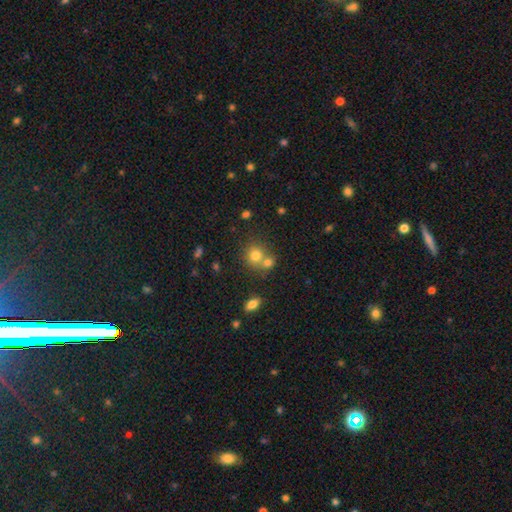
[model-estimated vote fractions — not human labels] smooth 76%, star or artifact 13%, featured or disk 11%. Down the decision tree: how rounded — round (83%); merging — none (49%).